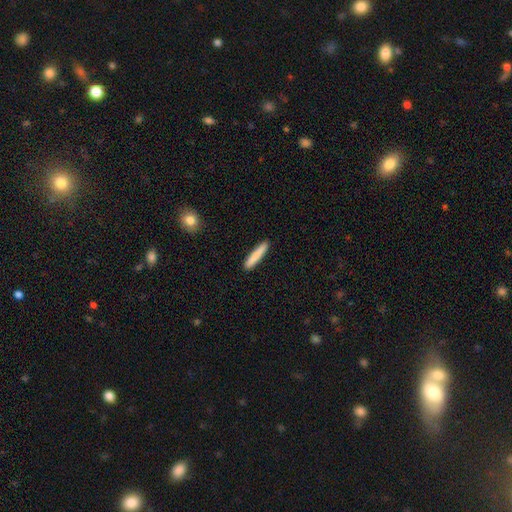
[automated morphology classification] This is clearly a smooth galaxy (85%). How rounded: clearly cigar-shaped (92%). Merging: clearly none (91%).